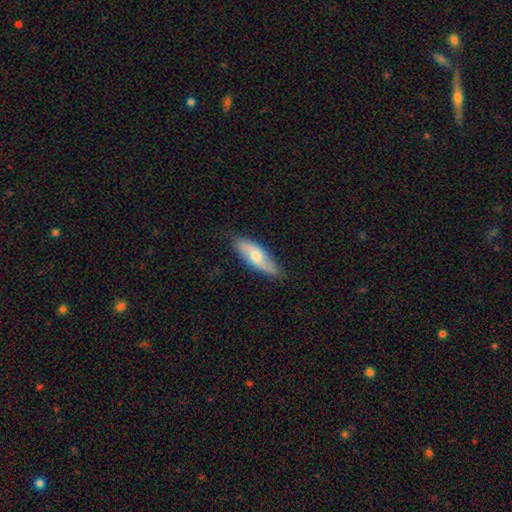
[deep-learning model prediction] Overall: smooth (58%; featured or disk 36%). How rounded: in between (59%; cigar-shaped 38%). Merging: none (79%).